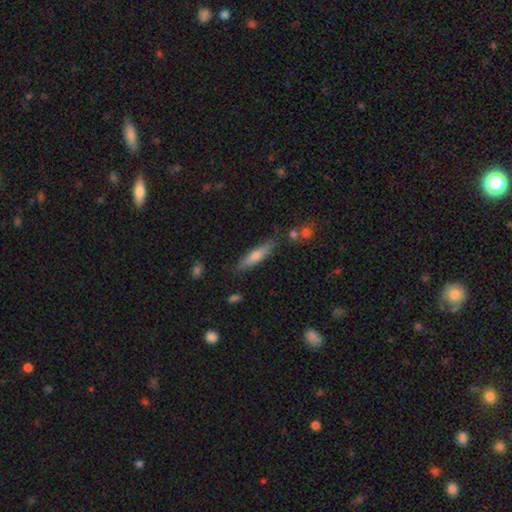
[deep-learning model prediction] This appears to be a smooth galaxy with no disk features (56%) that is cigar-shaped (83%). Merging: none (81%).